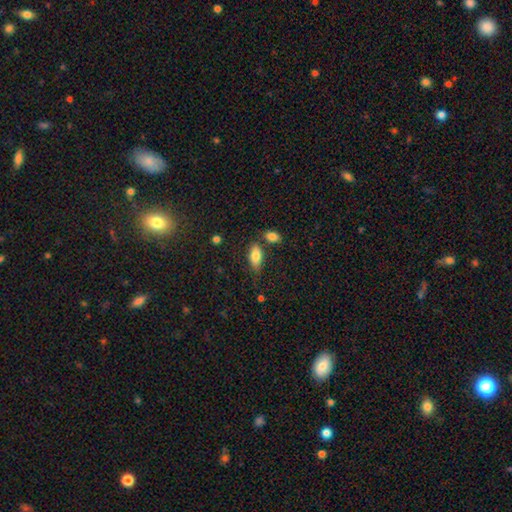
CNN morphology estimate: smooth_or_featured: smooth (p=0.80) [alt: featured or disk p=0.13]
how_rounded: in between (p=0.84) [alt: cigar-shaped p=0.13]
merging: none (p=0.68) [alt: minor disturbance p=0.17]